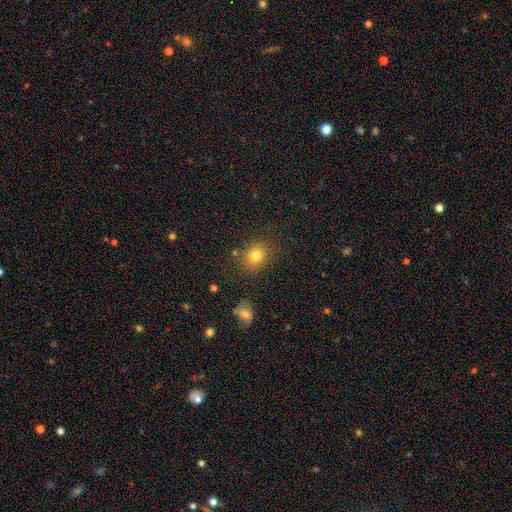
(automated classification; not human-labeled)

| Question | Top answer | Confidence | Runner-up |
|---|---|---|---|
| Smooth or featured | smooth | 78% | star or artifact (14%) |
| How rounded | round | 63% | in between (36%) |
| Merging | none | 82% | minor disturbance (10%) |